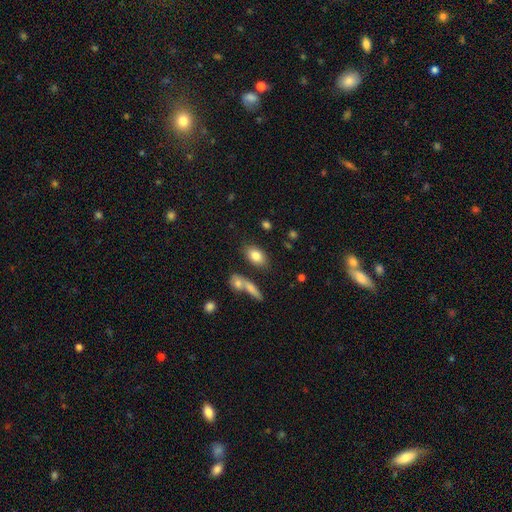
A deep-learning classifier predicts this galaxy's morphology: Q: Smooth or featured?
A: smooth (82%); runner-up: featured or disk (10%)
Q: How rounded?
A: in between (88%); runner-up: round (8%)
Q: Merging?
A: none (76%); runner-up: minor disturbance (11%)